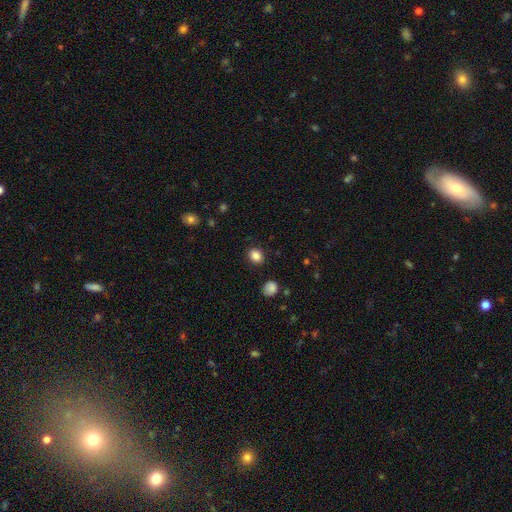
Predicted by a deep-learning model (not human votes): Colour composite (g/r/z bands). It shows a smooth galaxy with no disk features (86%) that is round (66%). Merging: none (89%).